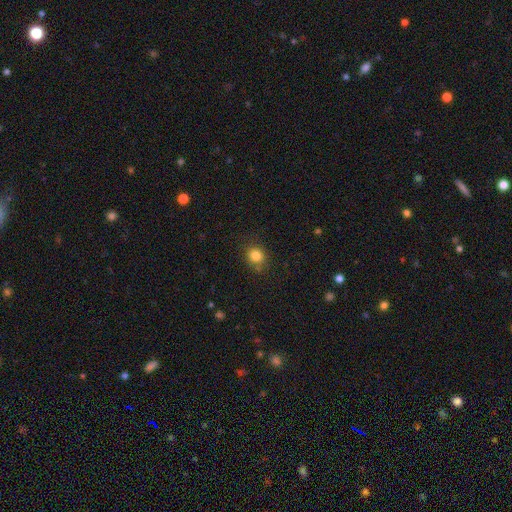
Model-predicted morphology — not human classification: Smooth or featured: smooth — 83% (star or artifact — 12%)
How rounded: round — 81% (in between — 18%)
Merging: none — 80% (minor disturbance — 13%)